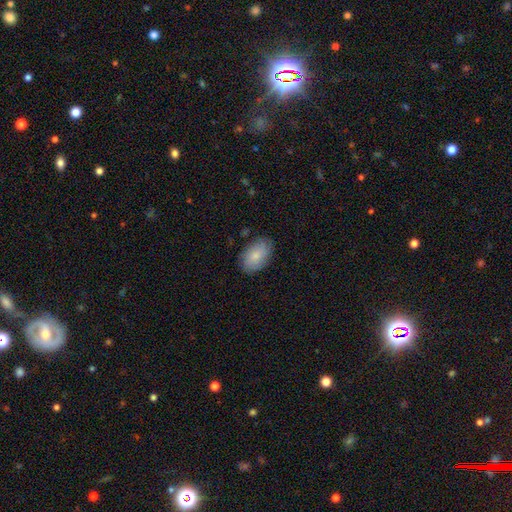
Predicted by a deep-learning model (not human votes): A smooth galaxy with no disk features (81%) that is in between round and cigar-shaped (92%). Merging: none (81%).